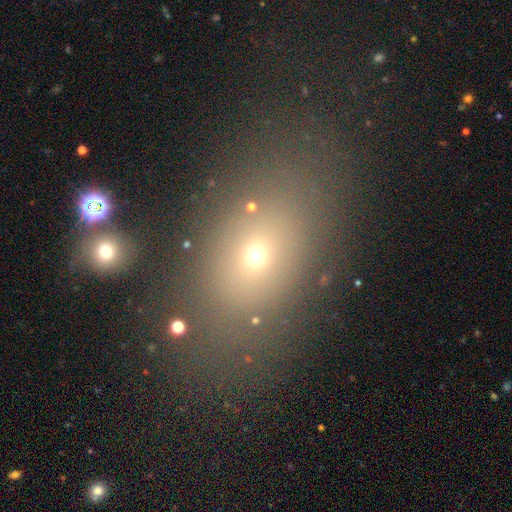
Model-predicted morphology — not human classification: Overall: smooth (62%). How rounded: in between (76%). Merging: none (75%).